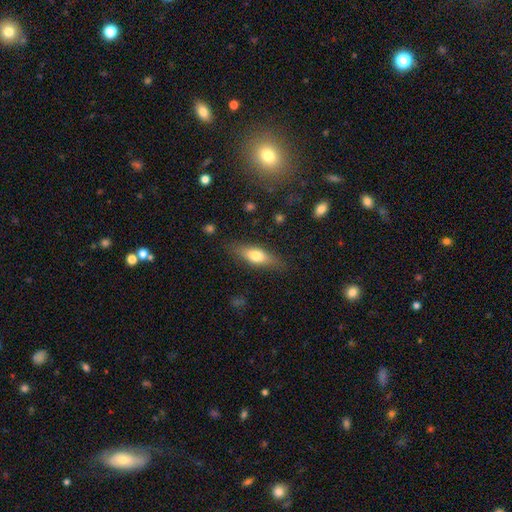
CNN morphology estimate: smooth 64%, featured or disk 30%, star or artifact 6%. Down the decision tree: how rounded — in between (53%); merging — none (83%).